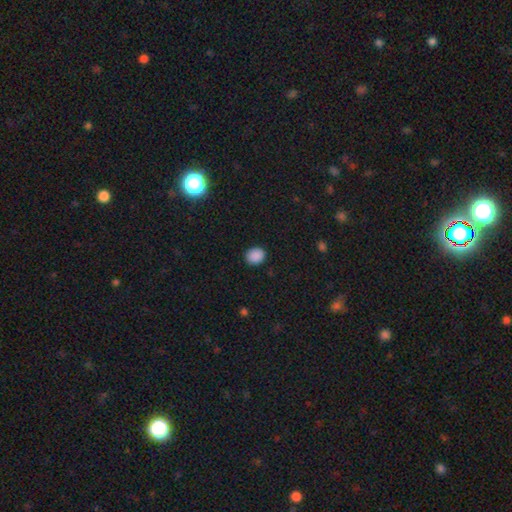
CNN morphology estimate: Smooth or featured?
  - smooth: 88% *
  - star or artifact: 9%
  - featured or disk: 2%
How rounded?
  - round: 62% *
  - in between: 37%
  - cigar-shaped: 1%
Merging?
  - none: 89% *
  - minor disturbance: 8%
  - major disturbance: 2%
  - merger: 1%